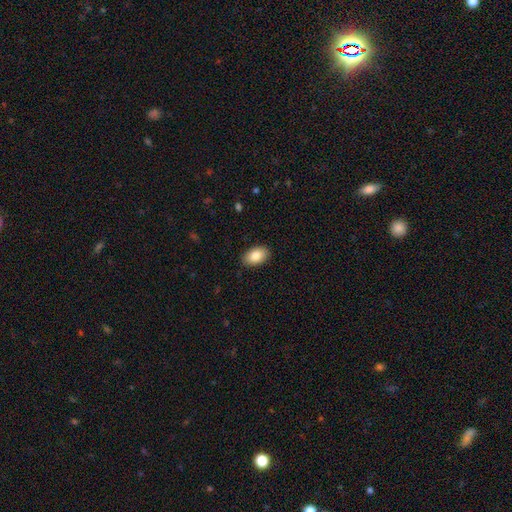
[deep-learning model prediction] A smooth galaxy with no disk features (85%) that is in between round and cigar-shaped (92%).

Vote fractions:
- Smooth or featured? smooth: 85% / featured or disk: 8% / star or artifact: 7%
- How rounded? in between: 92% / round: 7% / cigar-shaped: 1%
- Merging? none: 88% / minor disturbance: 9% / major disturbance: 2% / merger: 1%